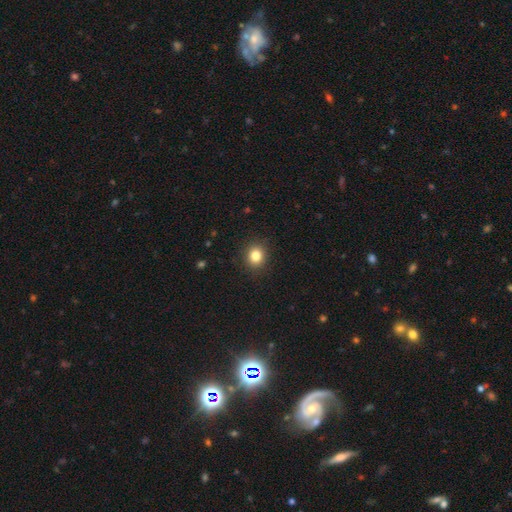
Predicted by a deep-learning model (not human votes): Overall: smooth (83%). How rounded: round (75%). Merging: none (90%).